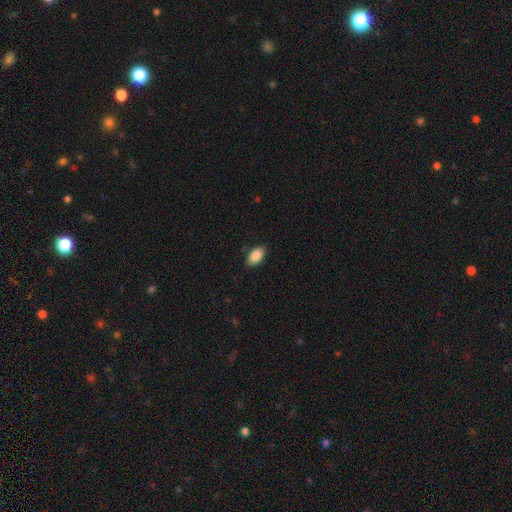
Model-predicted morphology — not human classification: Overall: smooth (87%). How rounded: in between (94%). Merging: none (86%).